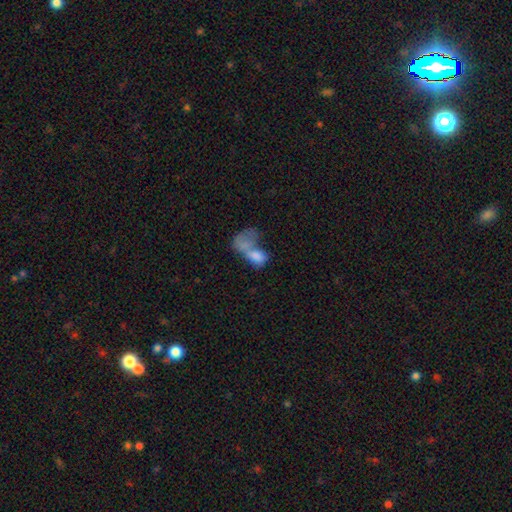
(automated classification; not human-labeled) A smooth galaxy with no disk features (68%) that is in between round and cigar-shaped (83%).

Vote fractions:
- Smooth or featured? smooth: 68% / featured or disk: 22% / star or artifact: 10%
- How rounded? in between: 83% / round: 14% / cigar-shaped: 3%
- Merging? merger: 63% / major disturbance: 21% / none: 10% / minor disturbance: 6%